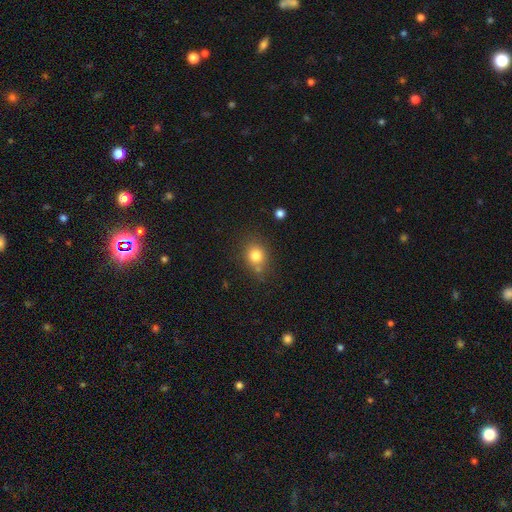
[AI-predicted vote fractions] Smooth or featured? Predicted: smooth (p=0.80). How rounded? Predicted: round (p=0.66). Merging? Predicted: none (p=0.71).